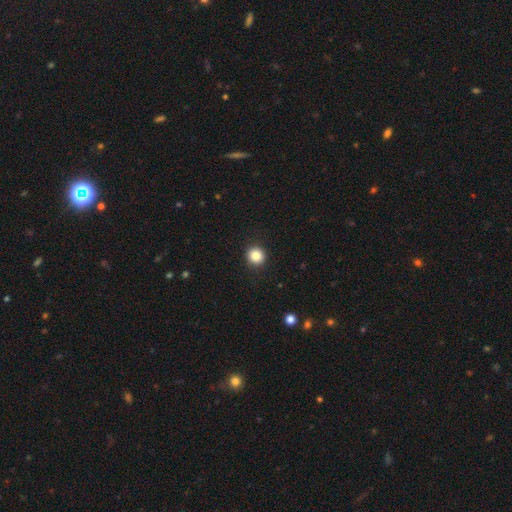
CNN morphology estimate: smooth 85%, star or artifact 10%, featured or disk 5%. Down the decision tree: how rounded — round (93%); merging — none (92%).